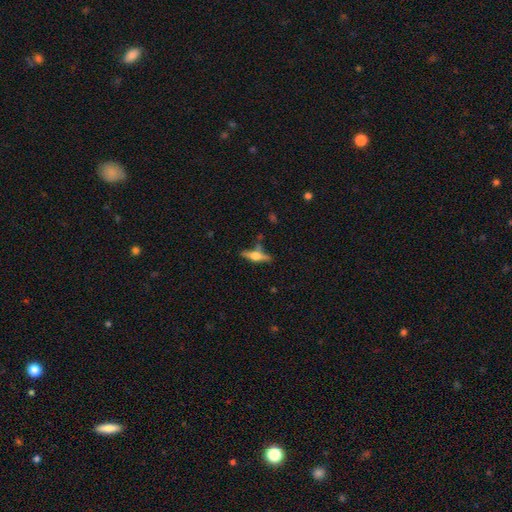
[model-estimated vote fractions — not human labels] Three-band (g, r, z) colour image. It shows a featured or disk galaxy (61%) viewed edge-on (94%) with a rounded central bulge (91%). Merging: none (70%).